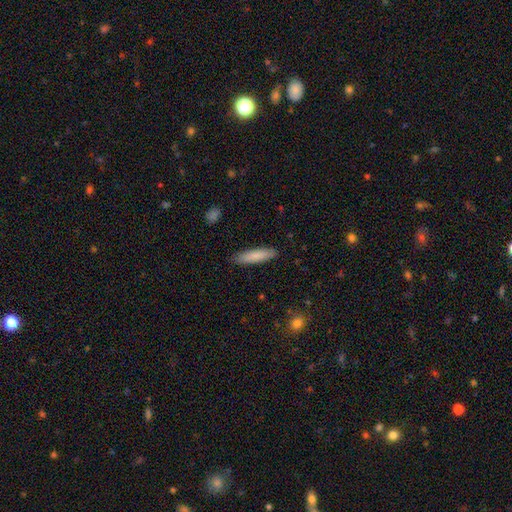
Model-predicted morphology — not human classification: The model was most divided on "how rounded": cigar-shaped: 75%, in between: 24%, round: 1%. More confident: merging — none (87%); smooth or featured — smooth (84%).